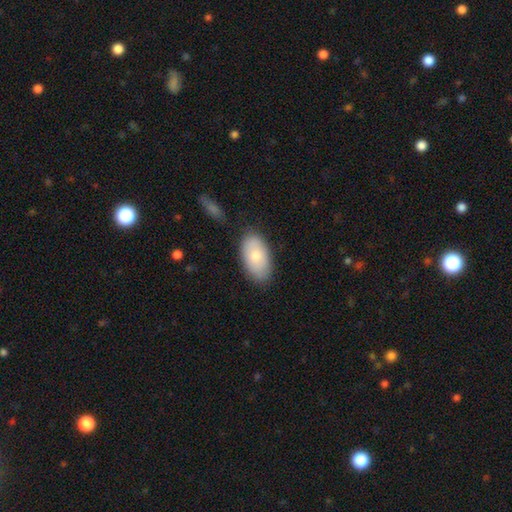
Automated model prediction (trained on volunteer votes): smooth 75%, featured or disk 19%, star or artifact 6%. Down the decision tree: how rounded — in between (94%); merging — none (80%).